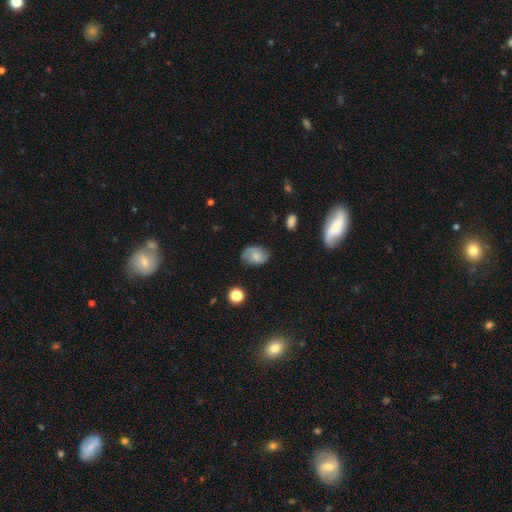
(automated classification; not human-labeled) Q: Smooth or featured?
A: featured or disk (49%); runner-up: smooth (42%)
Q: Merging?
A: none (71%); runner-up: minor disturbance (21%)